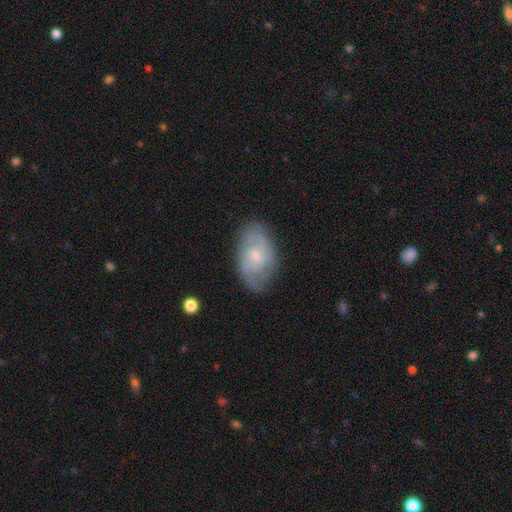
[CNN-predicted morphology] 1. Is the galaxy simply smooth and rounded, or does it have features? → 65% featured or disk, 29% smooth, 6% star or artifact.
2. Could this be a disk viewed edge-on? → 95% no, 5% yes.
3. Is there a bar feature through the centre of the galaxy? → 60% no, 36% weak, 4% strong.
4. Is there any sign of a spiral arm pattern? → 84% yes, 16% no.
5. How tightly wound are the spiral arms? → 44% medium, 38% tight, 18% loose.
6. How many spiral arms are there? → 53% 2, 30% can't tell, 8% 3, 3% 1, 3% 4, 2% more than 4.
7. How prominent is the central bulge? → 56% small, 36% moderate, 5% none, 2% large, 1% dominant.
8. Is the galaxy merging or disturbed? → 72% none, 20% minor disturbance, 6% major disturbance, 1% merger.